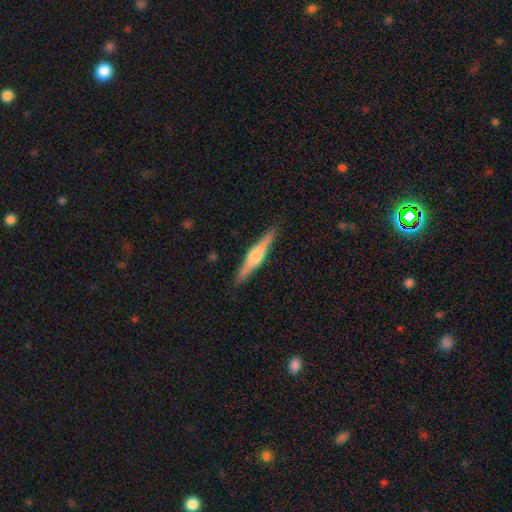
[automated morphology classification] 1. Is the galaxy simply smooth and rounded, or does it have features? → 69% featured or disk, 25% smooth, 6% star or artifact.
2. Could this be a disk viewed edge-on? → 98% yes, 2% no.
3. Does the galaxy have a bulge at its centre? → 86% rounded, 10% boxy, 4% none.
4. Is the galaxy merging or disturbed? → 91% none, 7% minor disturbance, 1% major disturbance, 1% merger.